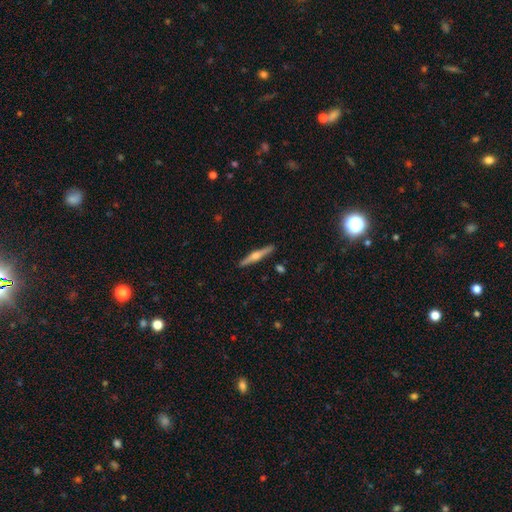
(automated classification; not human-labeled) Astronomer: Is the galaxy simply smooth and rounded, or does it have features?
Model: featured or disk — 68%.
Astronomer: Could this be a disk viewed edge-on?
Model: yes — 98%.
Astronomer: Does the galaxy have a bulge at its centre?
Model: rounded — 92%.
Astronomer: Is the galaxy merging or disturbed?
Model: none — 91%.